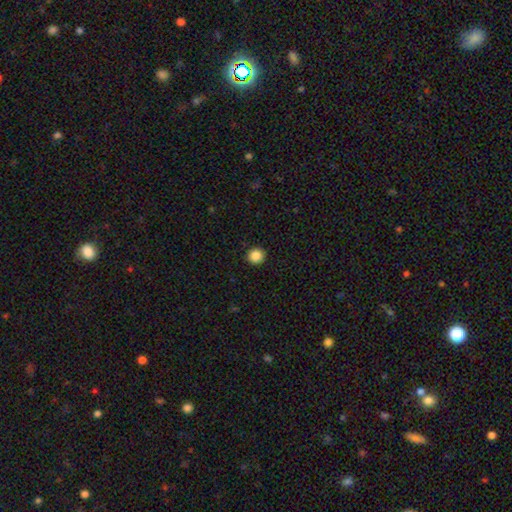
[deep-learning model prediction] A smooth galaxy with no disk features (86%) that is round (94%).

Vote fractions:
- Smooth or featured? smooth: 86% / star or artifact: 10% / featured or disk: 4%
- How rounded? round: 94% / in between: 5% / cigar-shaped: 1%
- Merging? none: 93% / minor disturbance: 4% / major disturbance: 2% / merger: 1%